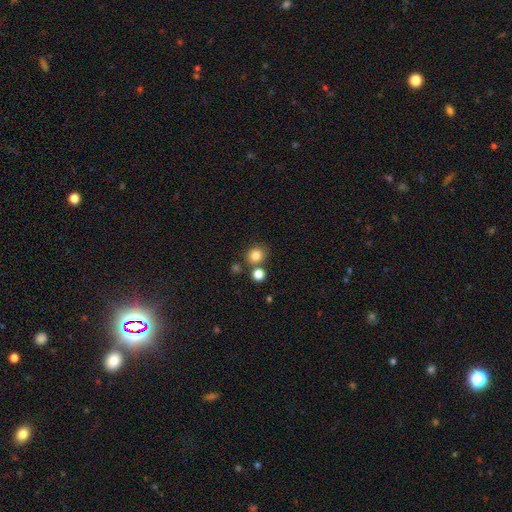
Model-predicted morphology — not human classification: A smooth galaxy with no disk features (82%) that is round (84%). Merging: none (70%).